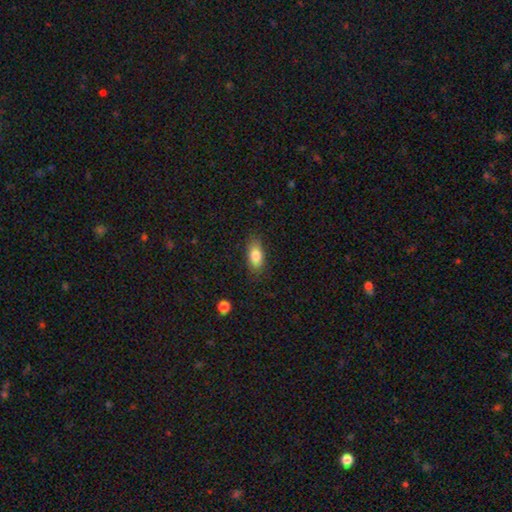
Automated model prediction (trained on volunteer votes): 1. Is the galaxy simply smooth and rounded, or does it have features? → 83% smooth, 10% featured or disk, 7% star or artifact.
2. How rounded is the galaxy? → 85% in between, 11% cigar-shaped, 4% round.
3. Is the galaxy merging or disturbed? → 82% none, 14% minor disturbance, 3% major disturbance, 1% merger.